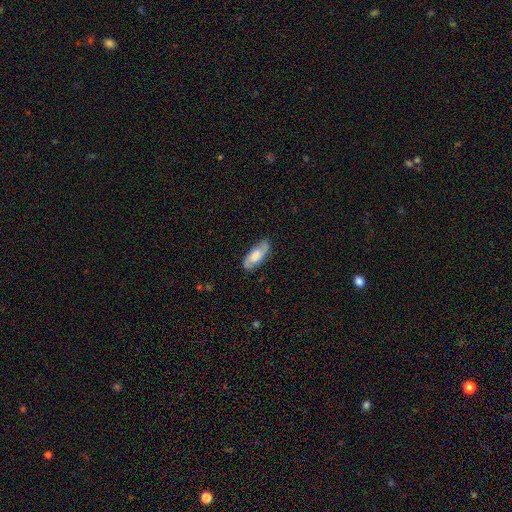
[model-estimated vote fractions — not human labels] Smooth or featured?
  - featured or disk: 56% *
  - smooth: 38%
  - star or artifact: 6%
Edge-on disk?
  - no: 88% *
  - yes: 12%
Merging?
  - none: 82% *
  - minor disturbance: 13%
  - major disturbance: 3%
  - merger: 1%